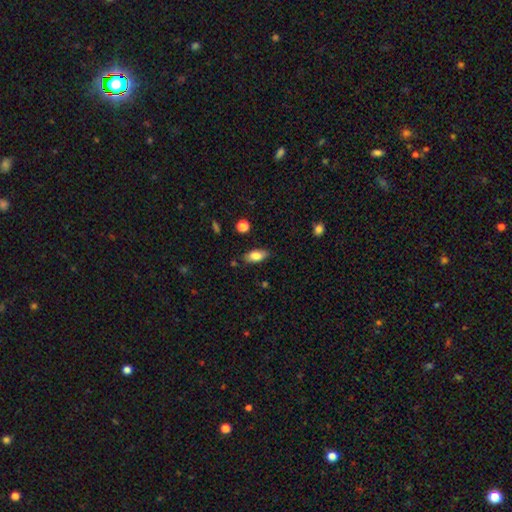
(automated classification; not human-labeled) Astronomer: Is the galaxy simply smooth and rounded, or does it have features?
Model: smooth — 80%.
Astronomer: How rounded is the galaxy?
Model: in between — 86%.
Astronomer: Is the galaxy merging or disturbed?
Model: none — 81%.